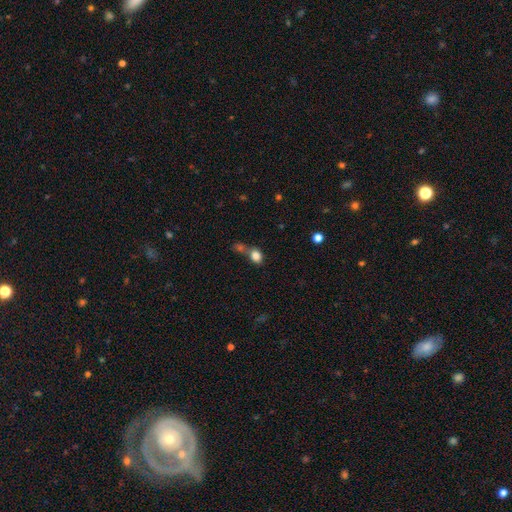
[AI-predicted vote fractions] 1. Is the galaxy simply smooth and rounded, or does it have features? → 82% smooth, 10% star or artifact, 7% featured or disk.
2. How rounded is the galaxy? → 56% in between, 43% round, 2% cigar-shaped.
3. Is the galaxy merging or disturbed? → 44% merger, 39% none, 11% minor disturbance, 6% major disturbance.